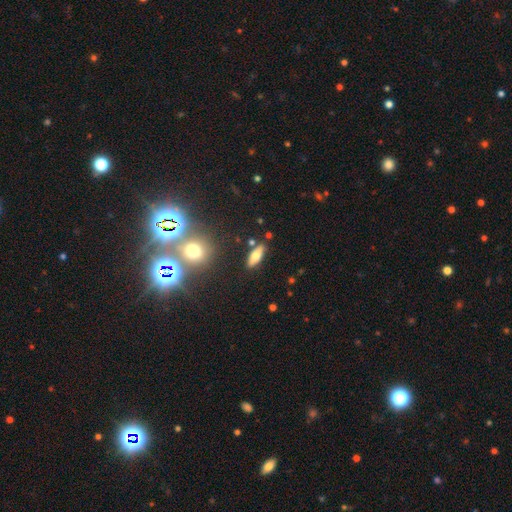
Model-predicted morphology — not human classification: Q: Smooth or featured?
A: smooth (67%); runner-up: featured or disk (23%)
Q: How rounded?
A: in between (65%); runner-up: cigar-shaped (31%)
Q: Merging?
A: none (83%); runner-up: minor disturbance (10%)